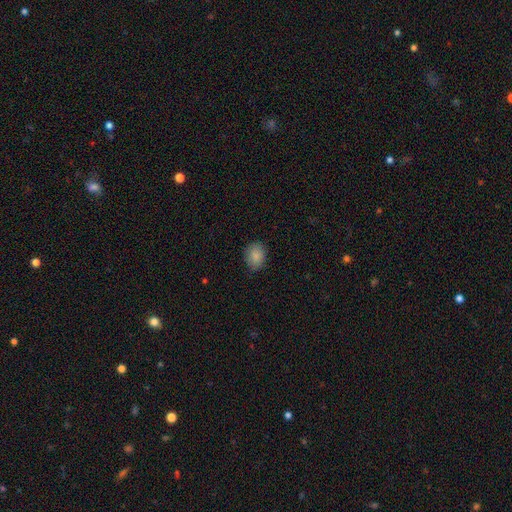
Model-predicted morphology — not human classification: Overall: smooth (88%). How rounded: in between (66%; round 33%). Merging: none (82%).